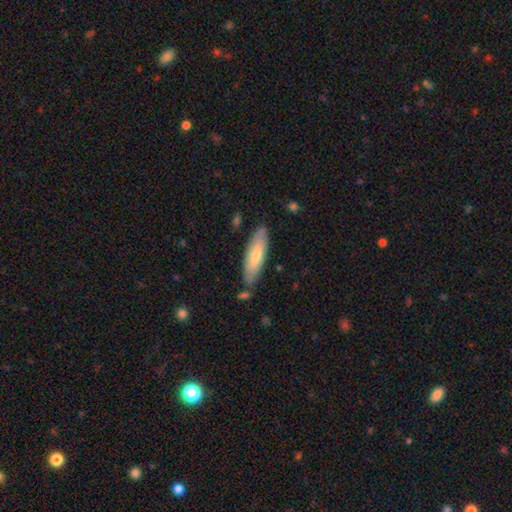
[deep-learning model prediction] A smooth galaxy with no disk features (67%) that is cigar-shaped (57%).

Vote fractions:
- Smooth or featured? smooth: 67% / featured or disk: 27% / star or artifact: 5%
- How rounded? cigar-shaped: 57% / in between: 41% / round: 2%
- Merging? none: 81% / minor disturbance: 13% / merger: 4% / major disturbance: 2%